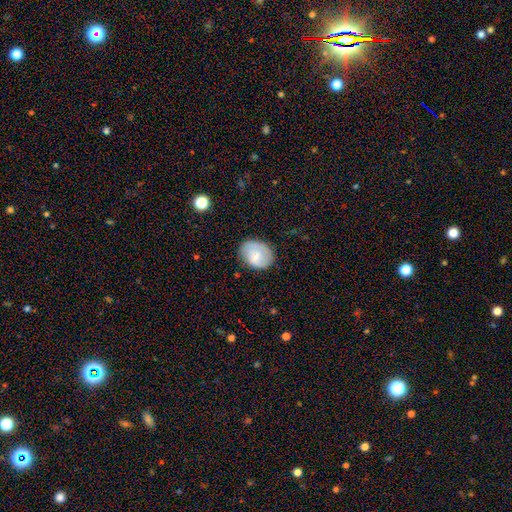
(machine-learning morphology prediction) Smooth or featured? Predicted: smooth (p=0.60). How rounded? Predicted: in between (p=0.53). Merging? Predicted: none (p=0.72).